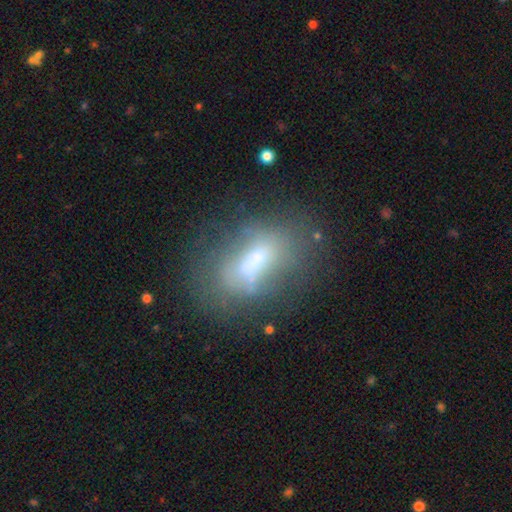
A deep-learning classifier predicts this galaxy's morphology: smooth-or-featured: smooth: 48% | featured or disk: 39% | star or artifact: 13%
  merging: none: 48% | minor disturbance: 22% | major disturbance: 22% | merger: 9%